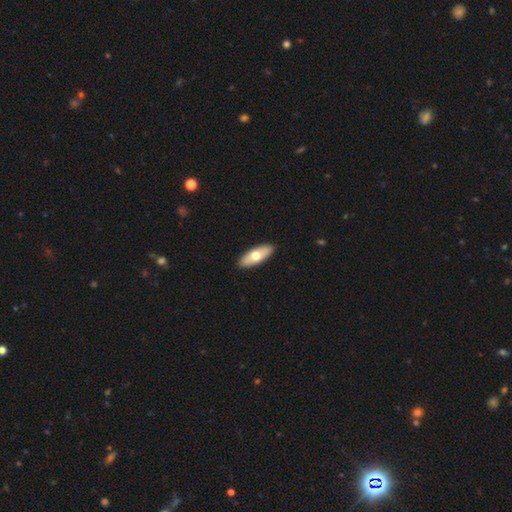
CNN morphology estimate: Smooth or featured: smooth — 65% (featured or disk — 30%)
How rounded: in between — 74% (cigar-shaped — 23%)
Merging: none — 91% (minor disturbance — 7%)